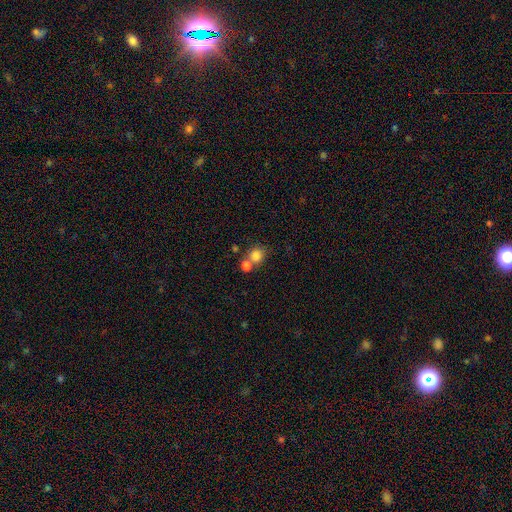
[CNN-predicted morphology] The model was most divided on "merging": none: 52%, merger: 37%, minor disturbance: 8%, major disturbance: 3%. More confident: how rounded — round (83%); smooth or featured — smooth (81%).